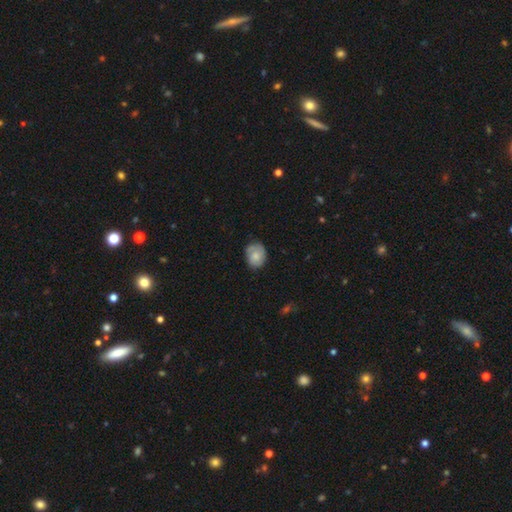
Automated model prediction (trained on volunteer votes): Smooth or featured: smooth — 68% (featured or disk — 24%)
How rounded: round — 50% (tied with in between — 50%)
Merging: none — 66% (minor disturbance — 26%)